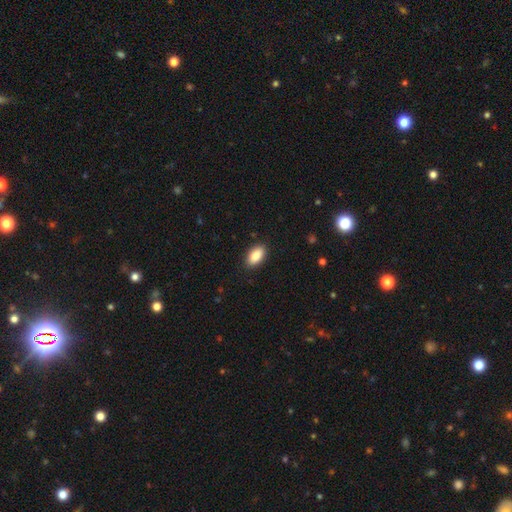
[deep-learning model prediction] The model was most divided on "smooth or featured": smooth: 86%, star or artifact: 7%, featured or disk: 7%. More confident: how rounded — in between (92%); merging — none (89%).